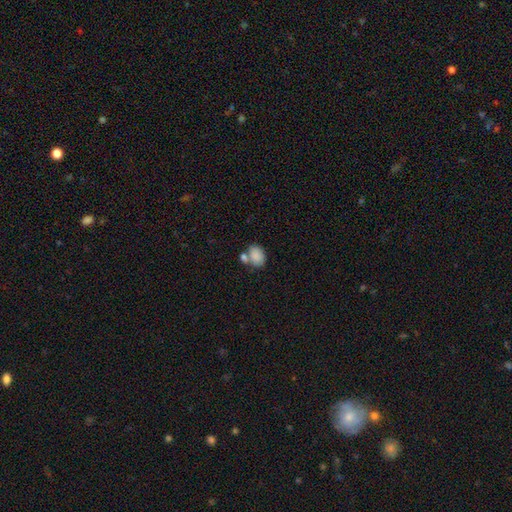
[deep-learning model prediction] This appears to be a smooth galaxy with no disk features (85%) that is in between round and cigar-shaped (71%). Merging: none (47%).